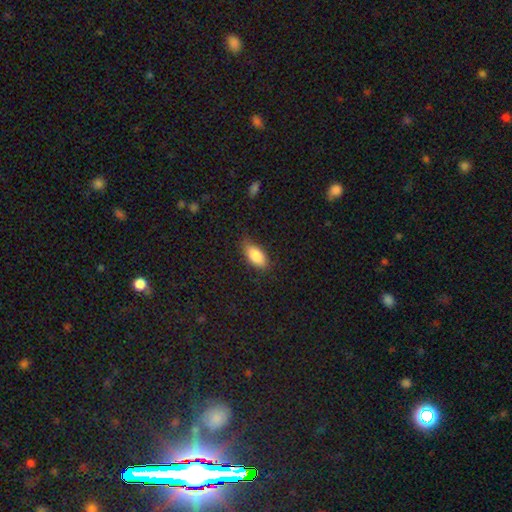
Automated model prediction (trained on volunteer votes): Smooth or featured? smooth (86%)
How rounded? in between (89%)
Merging? none (78%)